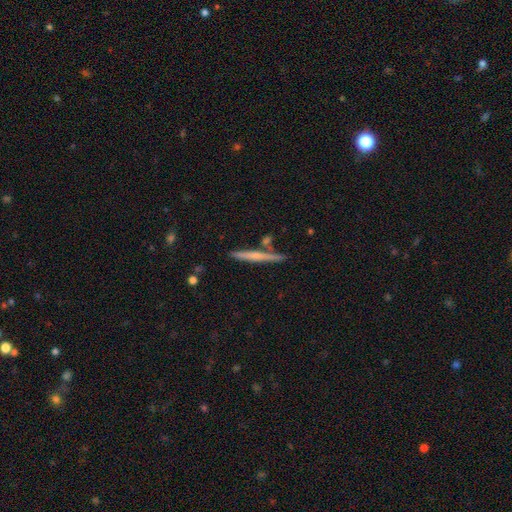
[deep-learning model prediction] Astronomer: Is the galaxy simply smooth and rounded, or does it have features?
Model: featured or disk — 47%, tied with smooth at 47%.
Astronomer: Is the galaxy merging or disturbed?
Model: none — 82%.